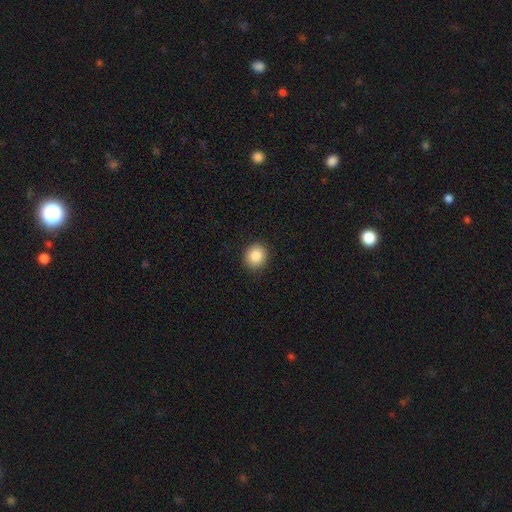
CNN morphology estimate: The model was most divided on "how rounded": round: 84%, in between: 15%, cigar-shaped: 1%. More confident: merging — none (91%); smooth or featured — smooth (86%).